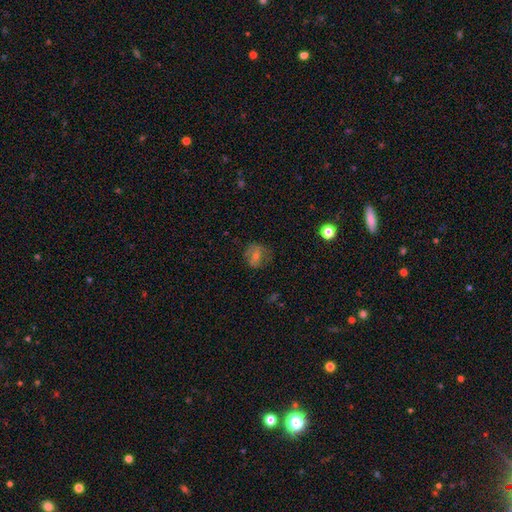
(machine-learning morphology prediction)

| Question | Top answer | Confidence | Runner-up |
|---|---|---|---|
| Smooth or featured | smooth | 47% | featured or disk (35%) |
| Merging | none | 73% | minor disturbance (18%) |